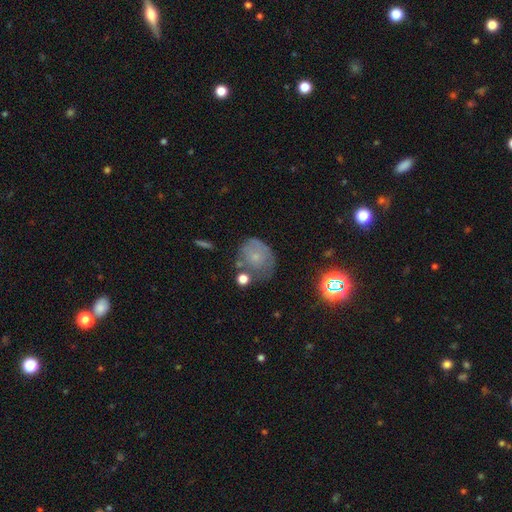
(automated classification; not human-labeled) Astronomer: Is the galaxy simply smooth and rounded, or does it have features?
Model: smooth — 53% (runner-up: featured or disk, 33%).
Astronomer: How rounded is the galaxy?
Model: round — 62% (runner-up: in between, 37%).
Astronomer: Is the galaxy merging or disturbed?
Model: none — 46% (runner-up: minor disturbance, 29%).